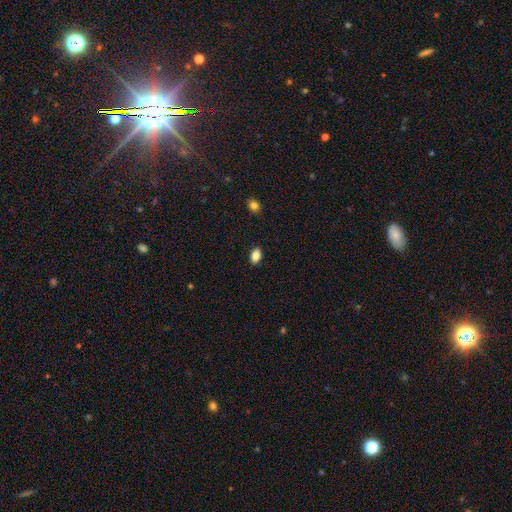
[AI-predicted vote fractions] This appears to be a smooth galaxy with no disk features (87%) that is in between round and cigar-shaped (88%). Merging: none (89%).